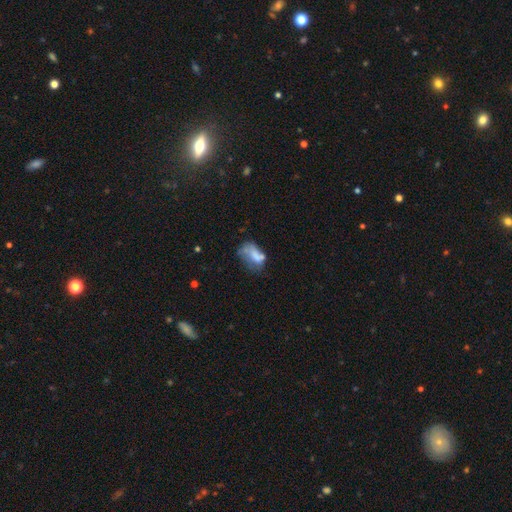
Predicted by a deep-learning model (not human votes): This is possibly a smooth galaxy (57%). How rounded: clearly in between (87%). Merging: marginally major disturbance (34%).